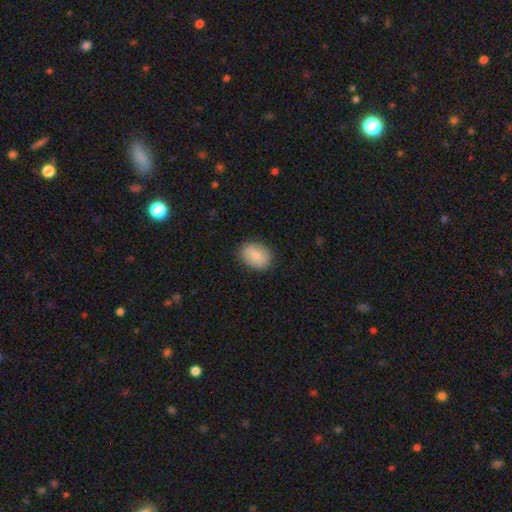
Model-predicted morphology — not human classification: A smooth galaxy with no disk features (77%) that is in between round and cigar-shaped (63%). Merging: none (85%).